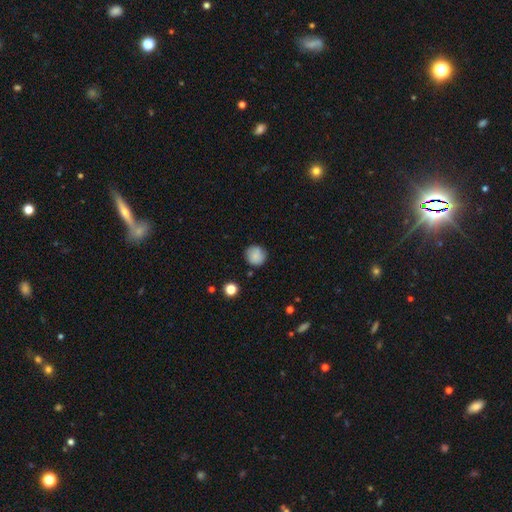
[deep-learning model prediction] Morphology: type=smooth (85%); roundness=round (92%); merging=none (83%).